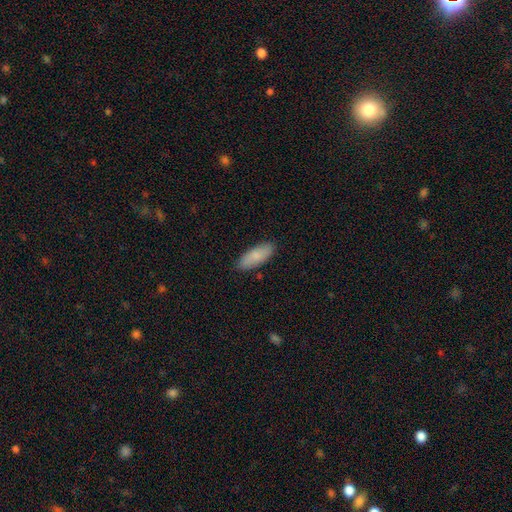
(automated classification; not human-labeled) The model was most divided on "how rounded": in between: 72%, cigar-shaped: 26%, round: 2%. More confident: merging — none (87%); smooth or featured — smooth (83%).